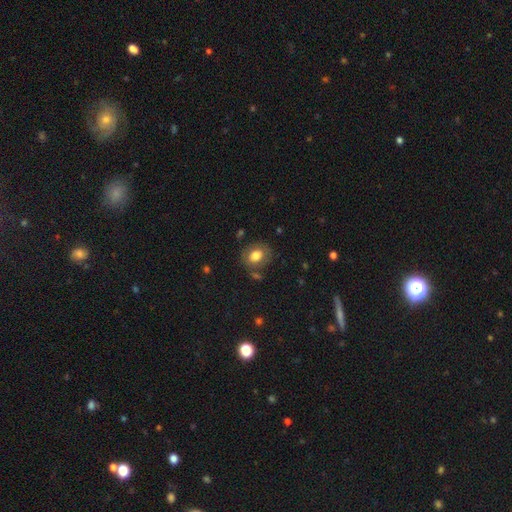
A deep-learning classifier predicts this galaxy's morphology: A smooth galaxy with no disk features (73%) that is round (55%).

Vote fractions:
- Smooth or featured? smooth: 73% / featured or disk: 18% / star or artifact: 8%
- How rounded? round: 55% / in between: 44% / cigar-shaped: 1%
- Merging? none: 75% / minor disturbance: 15% / major disturbance: 5% / merger: 5%